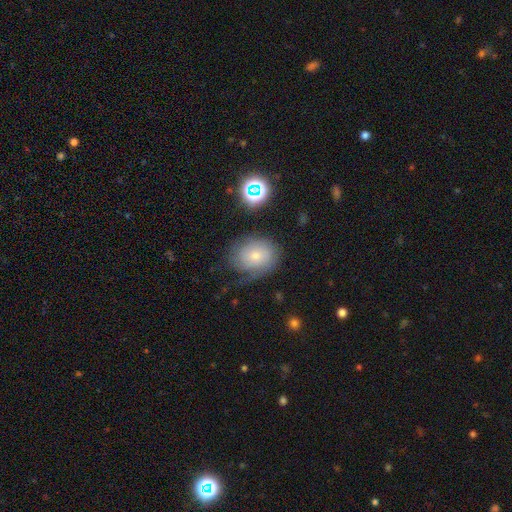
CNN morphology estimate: Smooth or featured? Predicted: smooth (p=0.63). How rounded? Predicted: in between (p=0.50). Merging? Predicted: none (p=0.51).